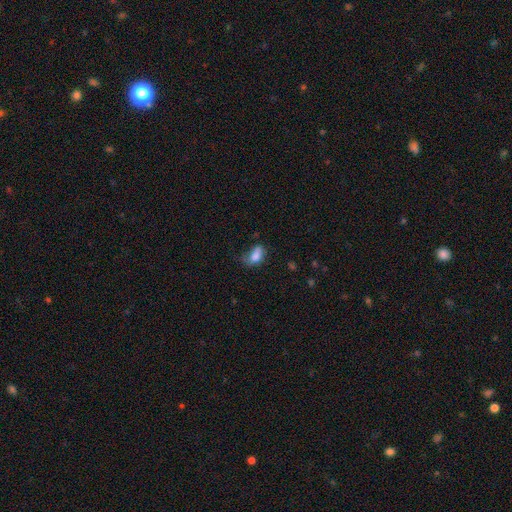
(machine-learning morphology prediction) Smooth or featured?
  - smooth: 76% *
  - featured or disk: 15%
  - star or artifact: 9%
How rounded?
  - in between: 86% *
  - round: 11%
  - cigar-shaped: 3%
Merging?
  - minor disturbance: 34% * (tied)
  - none: 34% * (tied)
  - major disturbance: 27%
  - merger: 4%